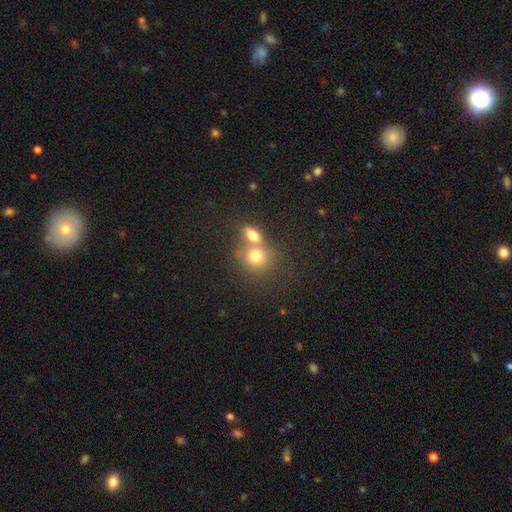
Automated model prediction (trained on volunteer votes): This appears to be a smooth galaxy with no disk features (74%) that is round (67%). Merging: merger (54%).